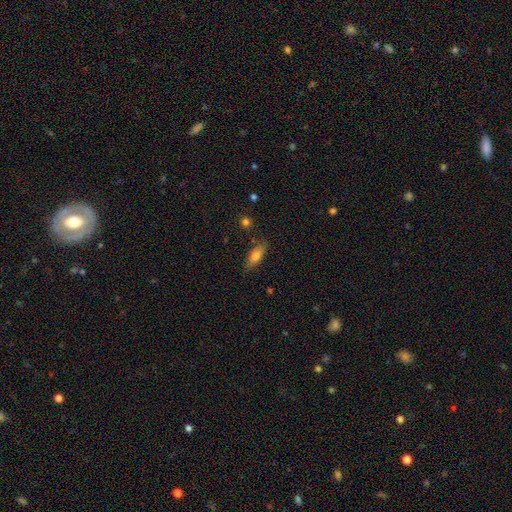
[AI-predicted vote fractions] Smooth or featured: smooth — 68% (featured or disk — 24%)
How rounded: in between — 63% (cigar-shaped — 33%)
Merging: none — 81% (minor disturbance — 14%)